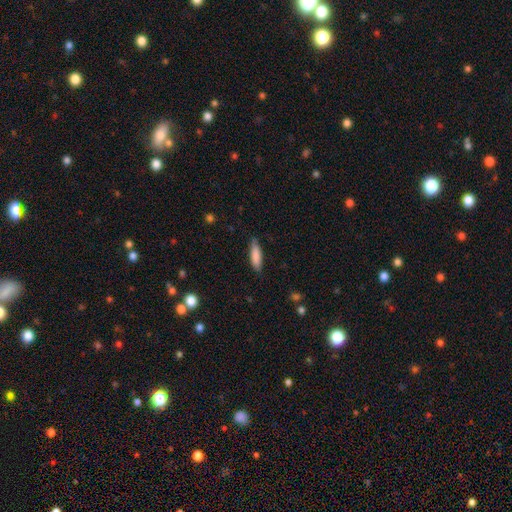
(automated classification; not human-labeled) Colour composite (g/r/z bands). It shows a smooth galaxy with no disk features (85%) that is cigar-shaped (56%). Merging: none (82%).